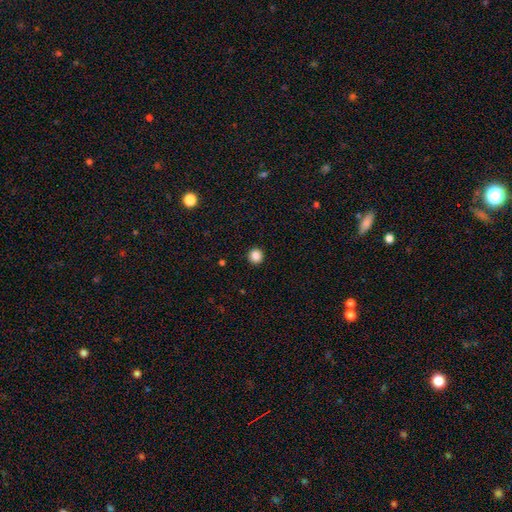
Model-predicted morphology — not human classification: Smooth or featured?
  - smooth: 87% *
  - star or artifact: 10%
  - featured or disk: 3%
How rounded?
  - round: 95% *
  - in between: 4%
  - cigar-shaped: 1%
Merging?
  - none: 93% *
  - minor disturbance: 4%
  - major disturbance: 1%
  - merger: 1%